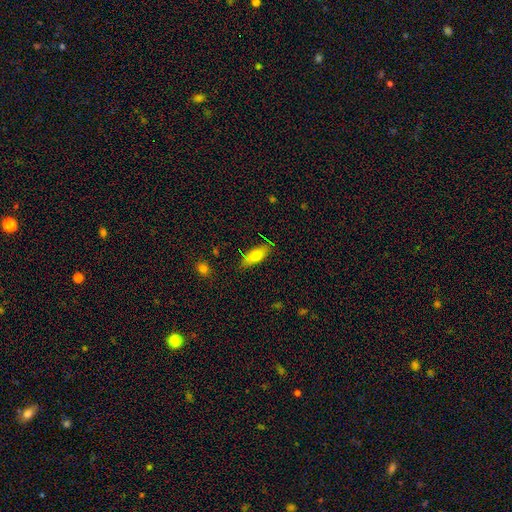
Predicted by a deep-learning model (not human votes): The model was most divided on "smooth or featured": smooth: 71%, featured or disk: 22%, star or artifact: 8%. More confident: merging — none (78%); how rounded — in between (73%).